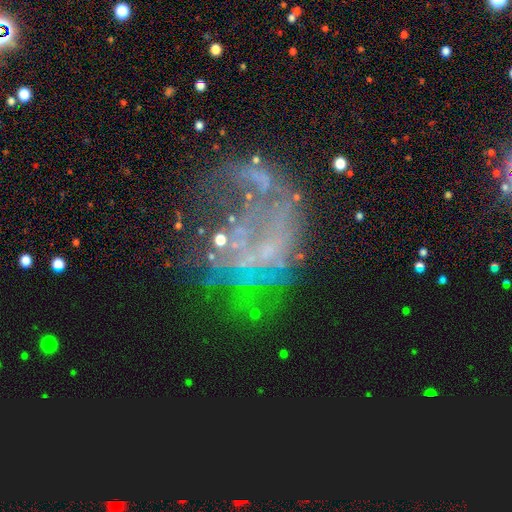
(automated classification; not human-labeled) Smooth or featured?
  - featured or disk: 45% *
  - star or artifact: 38%
  - smooth: 17%
Merging?
  - major disturbance: 39% *
  - none: 37%
  - minor disturbance: 16%
  - merger: 8%